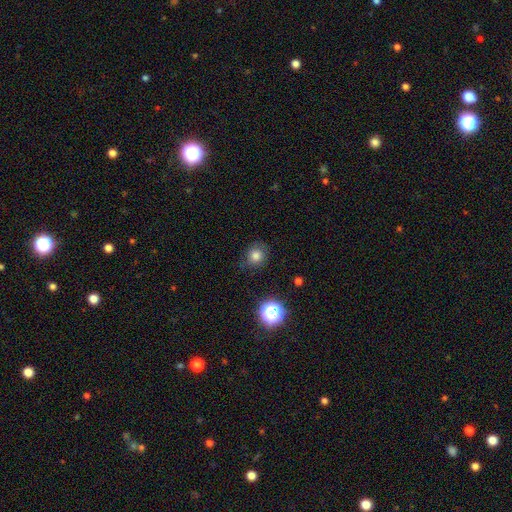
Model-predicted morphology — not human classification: smooth_or_featured: smooth (p=0.78) [alt: star or artifact p=0.15]
how_rounded: round (p=0.82) [alt: in between p=0.17]
merging: none (p=0.80) [alt: minor disturbance p=0.14]